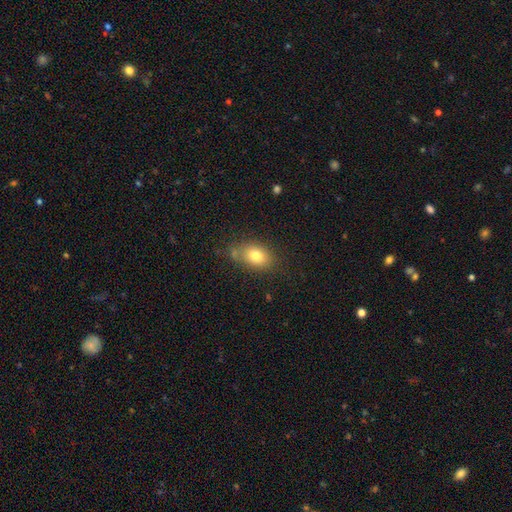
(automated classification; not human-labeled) The model was most divided on "merging": none: 70%, minor disturbance: 18%, merger: 7%, major disturbance: 5%. More confident: smooth or featured — smooth (78%); how rounded — in between (78%).